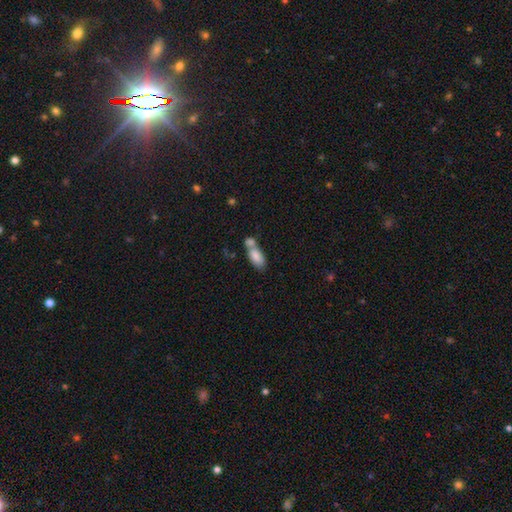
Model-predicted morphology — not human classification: type=smooth (82%); roundness=in between (88%); merging=merger (56%).